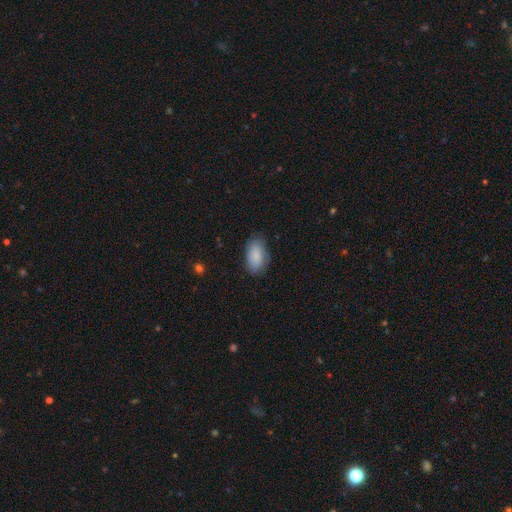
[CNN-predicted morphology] type=smooth (84%); roundness=in between (92%); merging=none (75%).